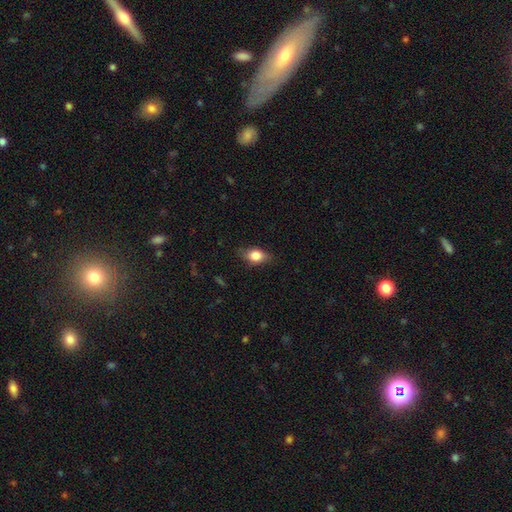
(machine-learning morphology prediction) Smooth or featured? smooth (79%)
How rounded? in between (78%)
Merging? none (78%)